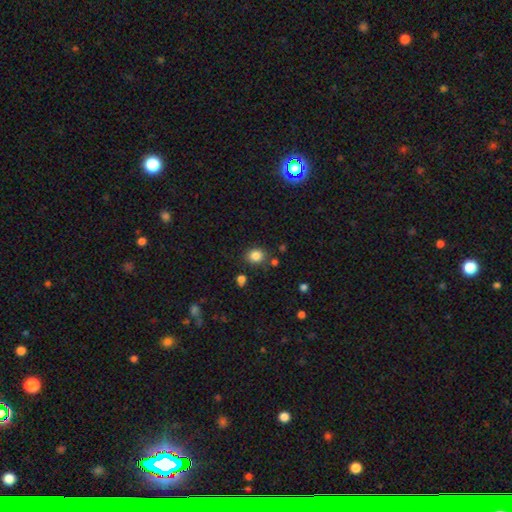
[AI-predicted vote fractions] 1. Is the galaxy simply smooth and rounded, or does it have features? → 84% smooth, 11% star or artifact, 5% featured or disk.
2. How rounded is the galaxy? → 61% round, 38% in between, 1% cigar-shaped.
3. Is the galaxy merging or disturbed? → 81% none, 11% minor disturbance, 5% merger, 3% major disturbance.